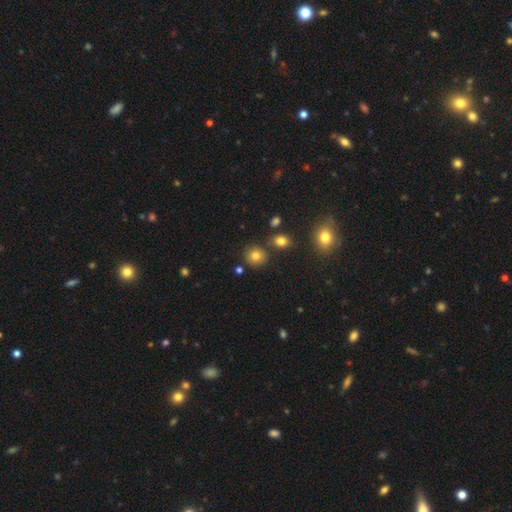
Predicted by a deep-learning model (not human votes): Smooth or featured?
  - smooth: 78% *
  - star or artifact: 13%
  - featured or disk: 9%
How rounded?
  - round: 84% *
  - in between: 15%
  - cigar-shaped: 1%
Merging?
  - none: 80% *
  - minor disturbance: 9%
  - merger: 7%
  - major disturbance: 3%